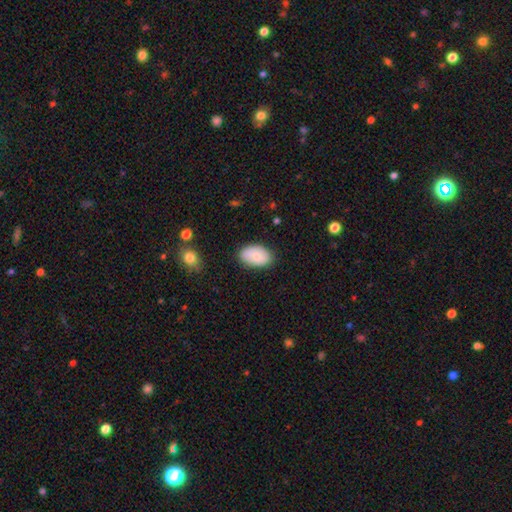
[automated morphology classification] smooth-or-featured: smooth: 82% | featured or disk: 11% | star or artifact: 7%
  how-rounded: in between: 93% | round: 6% | cigar-shaped: 1%
  merging: none: 79% | minor disturbance: 16% | major disturbance: 3% | merger: 2%